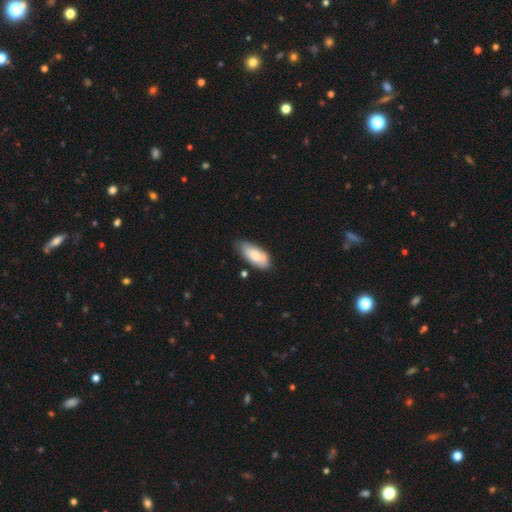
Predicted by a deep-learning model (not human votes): A smooth galaxy with no disk features (73%) that is in between round and cigar-shaped (84%). Merging: none (63%).